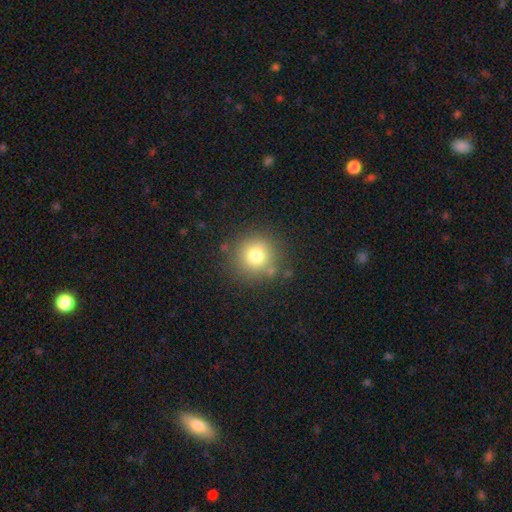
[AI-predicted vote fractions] The model was most divided on "smooth or featured": smooth: 76%, star or artifact: 14%, featured or disk: 11%. More confident: how rounded — round (94%); merging — none (83%).